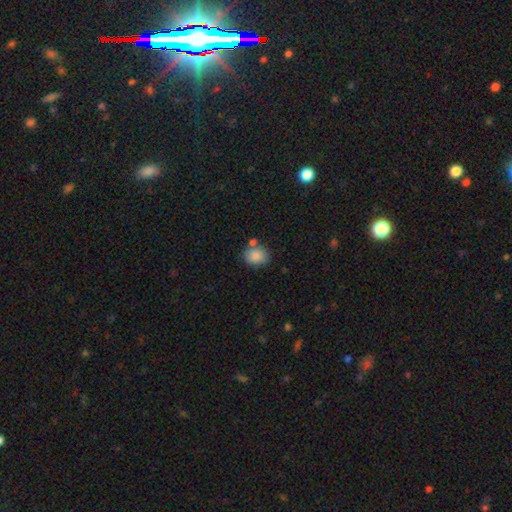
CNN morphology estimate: A smooth galaxy with no disk features (87%) that is round (54%).

Vote fractions:
- Smooth or featured? smooth: 87% / star or artifact: 8% / featured or disk: 5%
- How rounded? round: 54% / in between: 45% / cigar-shaped: 1%
- Merging? none: 69% / minor disturbance: 14% / merger: 13% / major disturbance: 4%